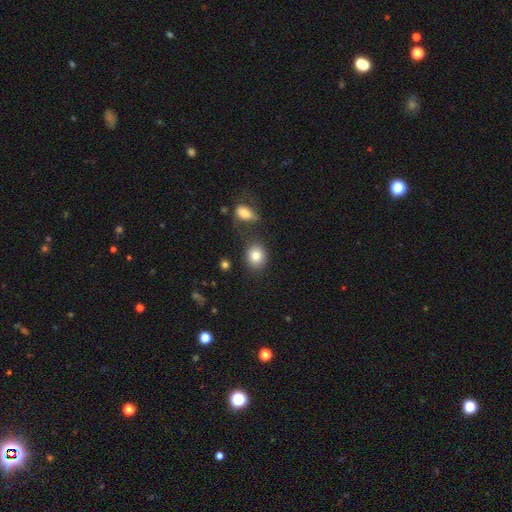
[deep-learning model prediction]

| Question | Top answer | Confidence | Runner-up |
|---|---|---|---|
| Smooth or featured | smooth | 82% | star or artifact (9%) |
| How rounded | round | 64% | in between (35%) |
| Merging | none | 74% | minor disturbance (11%) |